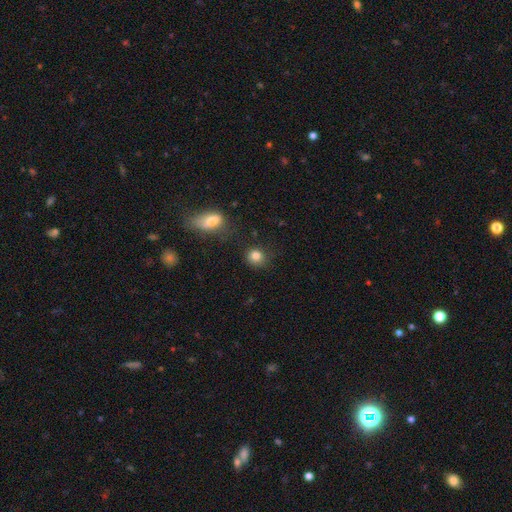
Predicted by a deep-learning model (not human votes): smooth_or_featured: smooth (p=0.83) [alt: star or artifact p=0.11]
how_rounded: round (p=0.82) [alt: in between p=0.17]
merging: none (p=0.77) [alt: minor disturbance p=0.13]